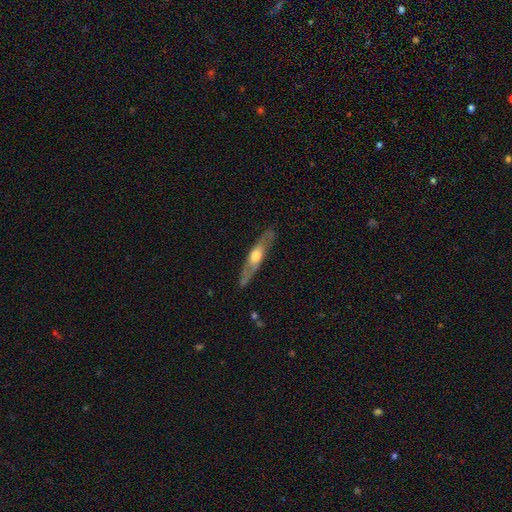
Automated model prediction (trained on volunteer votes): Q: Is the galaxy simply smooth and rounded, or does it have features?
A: featured or disk — 63%.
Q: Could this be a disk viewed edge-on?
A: yes — 76%.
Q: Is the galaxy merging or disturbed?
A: none — 83%.